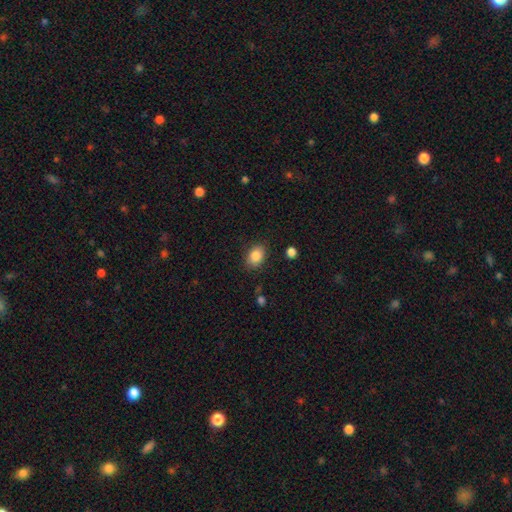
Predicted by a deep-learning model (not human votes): A smooth galaxy with no disk features (86%) that is in between round and cigar-shaped (75%). Merging: none (84%).